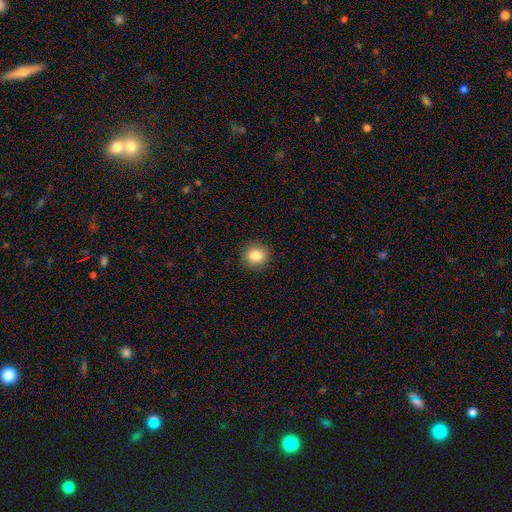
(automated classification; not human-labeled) Smooth or featured: smooth — 85% (star or artifact — 10%)
How rounded: round — 86% (in between — 13%)
Merging: none — 90% (minor disturbance — 7%)